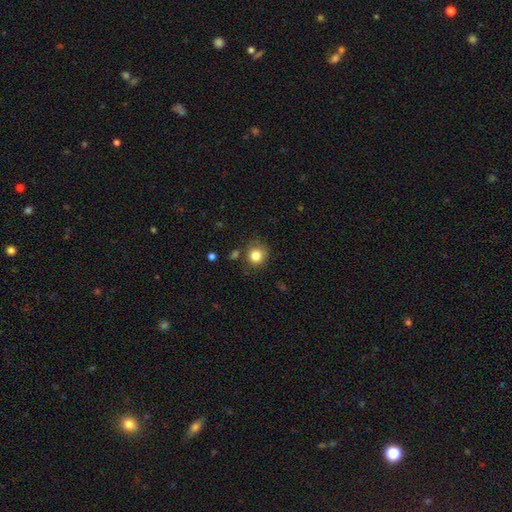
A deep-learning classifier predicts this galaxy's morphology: smooth 83%, star or artifact 10%, featured or disk 6%. Down the decision tree: how rounded — round (87%); merging — none (76%).